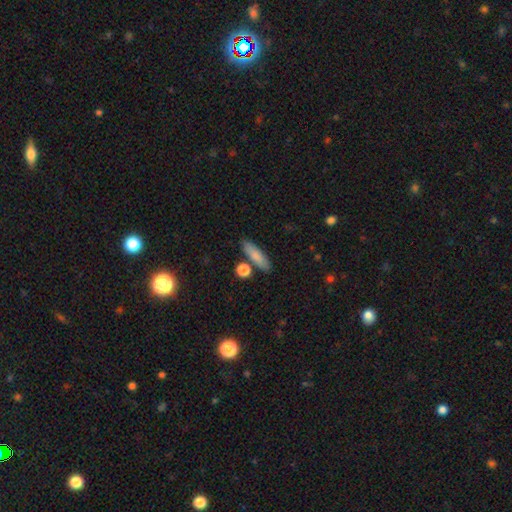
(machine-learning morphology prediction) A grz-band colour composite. It shows a smooth galaxy with no disk features (81%) that is cigar-shaped (56%). Merging: none (79%).